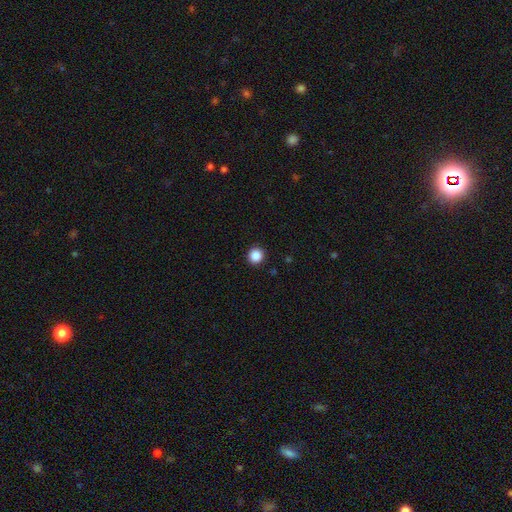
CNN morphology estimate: Smooth or featured? smooth (87%)
How rounded? round (95%)
Merging? none (93%)